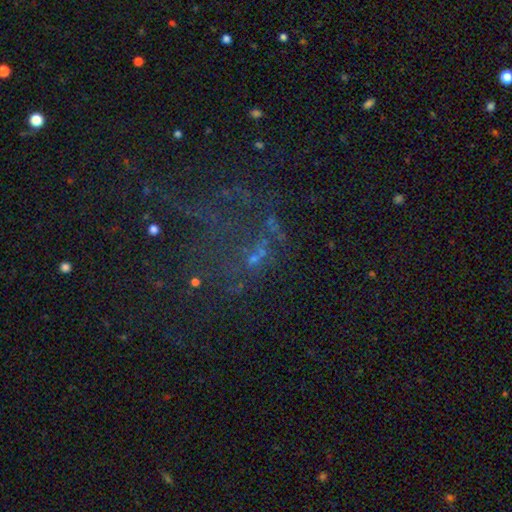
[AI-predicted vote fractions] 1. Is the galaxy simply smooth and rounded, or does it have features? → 51% star or artifact, 29% featured or disk, 20% smooth.